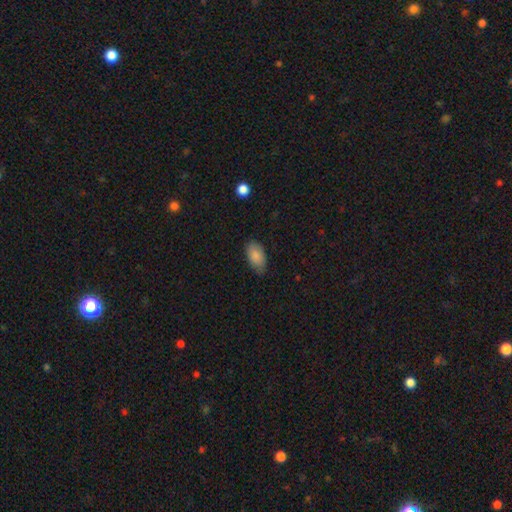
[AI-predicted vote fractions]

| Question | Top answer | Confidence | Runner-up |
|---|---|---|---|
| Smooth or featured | smooth | 86% | featured or disk (7%) |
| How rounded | in between | 94% | round (4%) |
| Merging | none | 76% | minor disturbance (20%) |